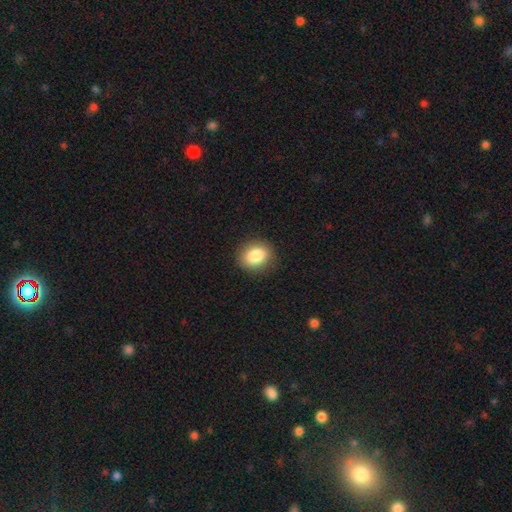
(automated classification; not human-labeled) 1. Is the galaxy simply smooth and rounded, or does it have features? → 85% smooth, 9% star or artifact, 6% featured or disk.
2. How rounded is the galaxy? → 60% round, 39% in between, 1% cigar-shaped.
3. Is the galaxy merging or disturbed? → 89% none, 8% minor disturbance, 2% major disturbance, 1% merger.